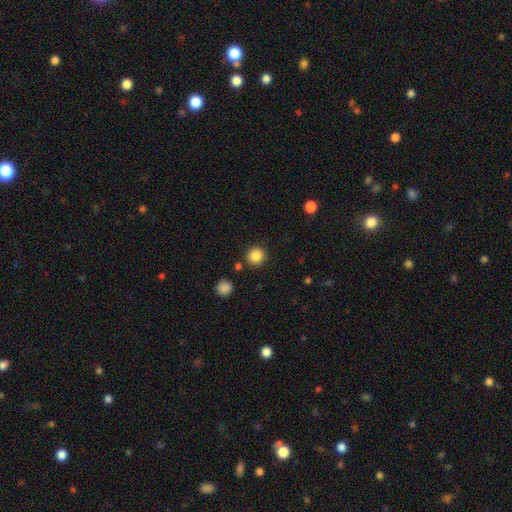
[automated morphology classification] Overall: smooth (86%). How rounded: round (93%). Merging: none (86%).